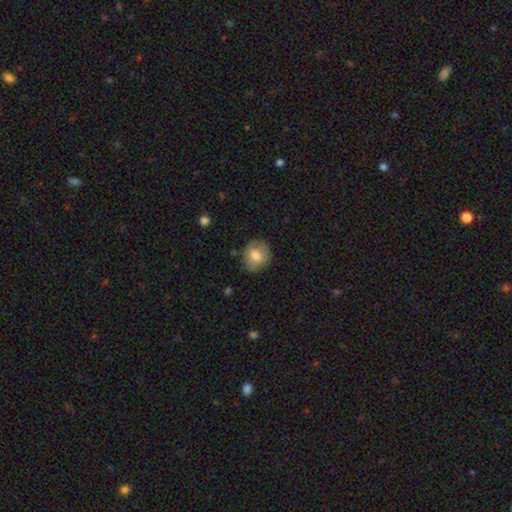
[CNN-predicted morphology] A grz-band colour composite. It shows a smooth galaxy with no disk features (72%) that is round (77%). Merging: none (79%).